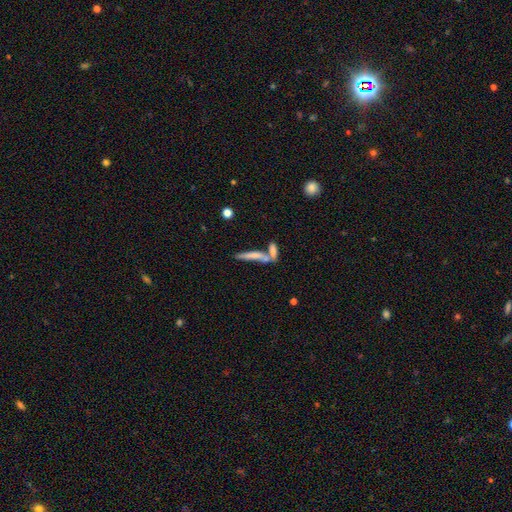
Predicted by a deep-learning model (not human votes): A smooth galaxy with no disk features (55%) that is cigar-shaped (86%).

Vote fractions:
- Smooth or featured? smooth: 55% / featured or disk: 36% / star or artifact: 9%
- How rounded? cigar-shaped: 86% / in between: 12% / round: 3%
- Merging? none: 48% / merger: 38% / minor disturbance: 10% / major disturbance: 5%